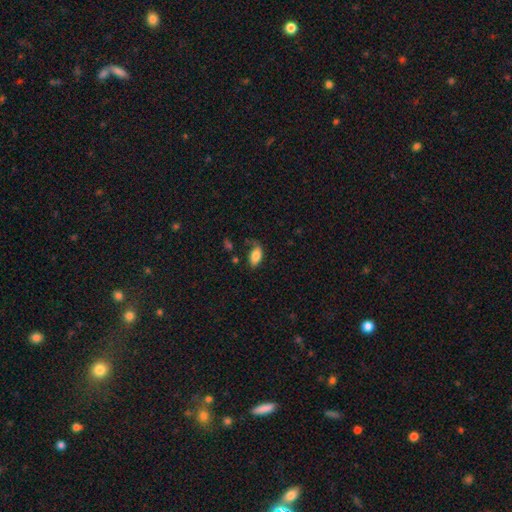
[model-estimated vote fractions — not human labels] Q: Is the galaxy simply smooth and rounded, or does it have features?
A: smooth — 81%.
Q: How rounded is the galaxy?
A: in between — 91%.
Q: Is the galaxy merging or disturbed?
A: none — 62%.